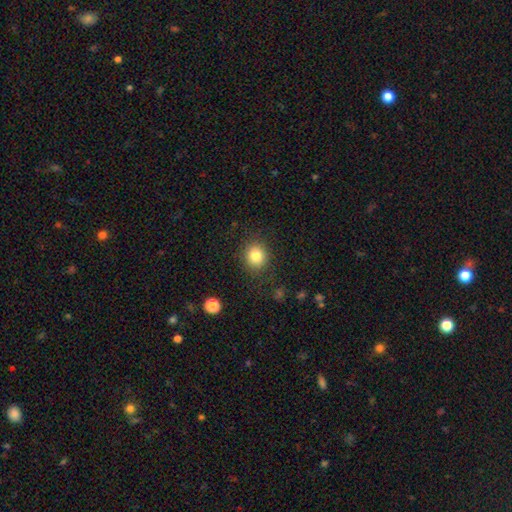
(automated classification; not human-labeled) This appears to be a smooth galaxy with no disk features (82%) that is round (82%). Merging: none (86%).